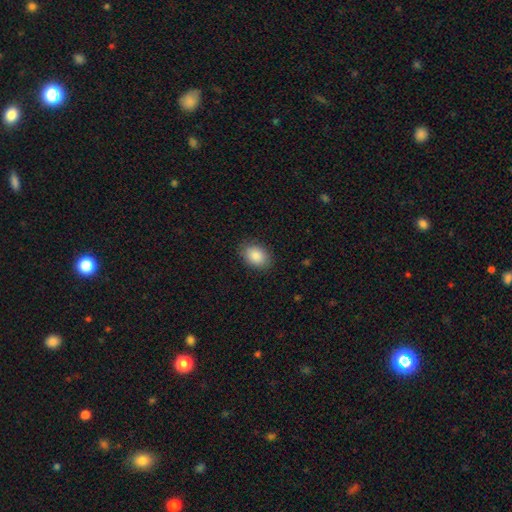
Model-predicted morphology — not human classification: This is clearly a smooth galaxy (88%). How rounded: clearly in between (81%). Merging: clearly none (87%).